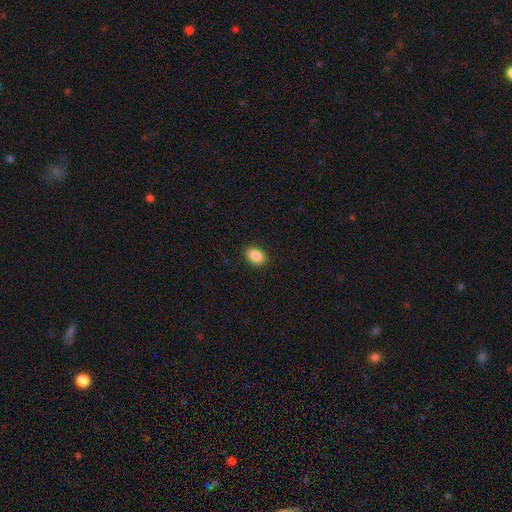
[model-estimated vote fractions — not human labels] Smooth or featured? Predicted: smooth (p=0.88). How rounded? Predicted: in between (p=0.82). Merging? Predicted: none (p=0.89).